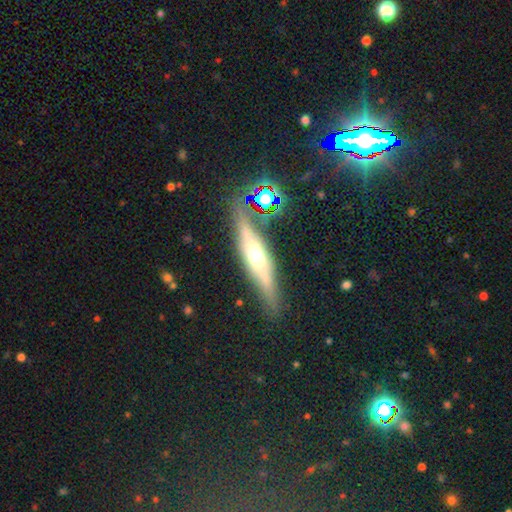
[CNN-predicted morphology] A featured or disk galaxy (58%) viewed edge-on (86%).

Vote fractions:
- Smooth or featured? featured or disk: 58% / smooth: 33% / star or artifact: 10%
- Edge-on disk? yes: 86% / no: 14%
- Merging? none: 79% / minor disturbance: 12% / merger: 5% / major disturbance: 4%